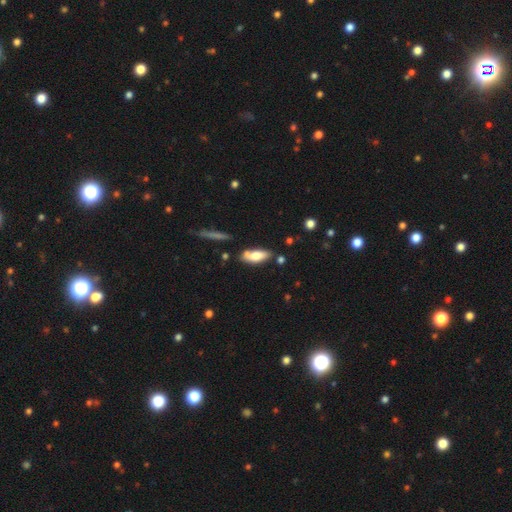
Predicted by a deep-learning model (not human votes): Smooth or featured: smooth — 71% (featured or disk — 23%)
How rounded: in between — 72% (cigar-shaped — 25%)
Merging: none — 66% (minor disturbance — 18%)